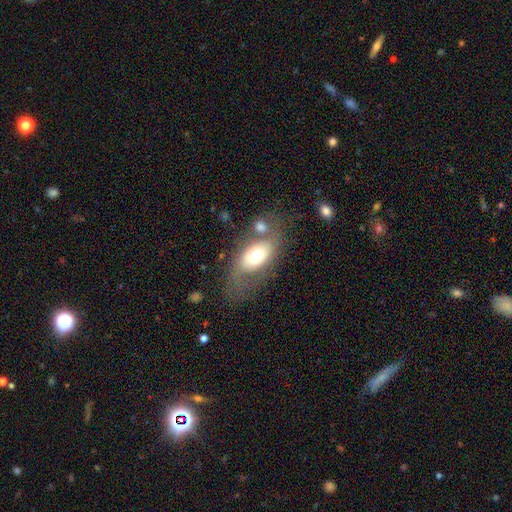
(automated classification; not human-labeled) smooth-or-featured: smooth: 50% | featured or disk: 43% | star or artifact: 7%
  how-rounded: in between: 87% | round: 8% | cigar-shaped: 4%
  merging: none: 47% | minor disturbance: 20% | merger: 17% | major disturbance: 16%